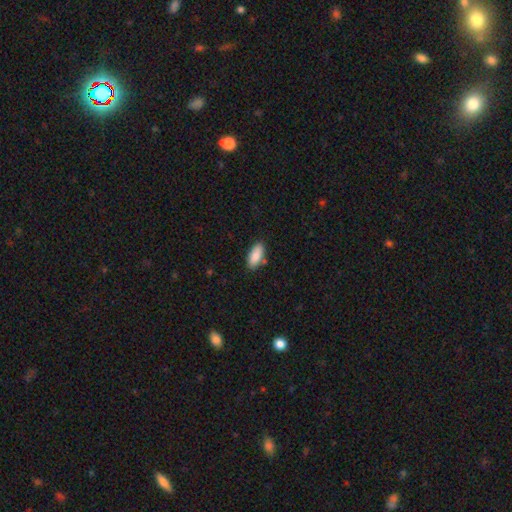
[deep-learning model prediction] Smooth or featured?
  - smooth: 88% *
  - star or artifact: 6%
  - featured or disk: 5%
How rounded?
  - in between: 86% *
  - cigar-shaped: 12%
  - round: 2%
Merging?
  - none: 80% *
  - minor disturbance: 13%
  - merger: 4%
  - major disturbance: 3%